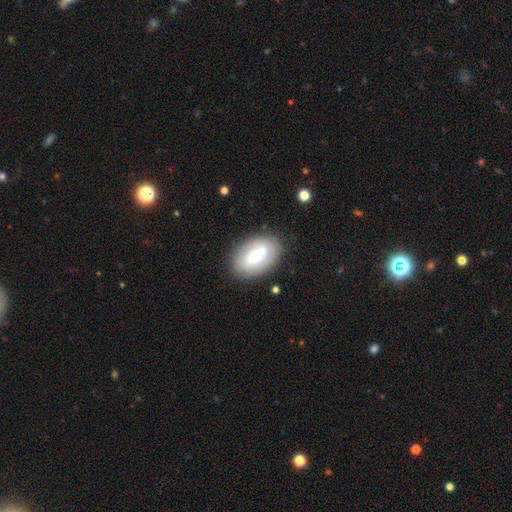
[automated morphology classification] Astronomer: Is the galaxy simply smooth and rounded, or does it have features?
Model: smooth — 51% (runner-up: featured or disk, 43%).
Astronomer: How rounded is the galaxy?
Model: in between — 90%.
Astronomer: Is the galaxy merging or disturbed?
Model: none — 84%.